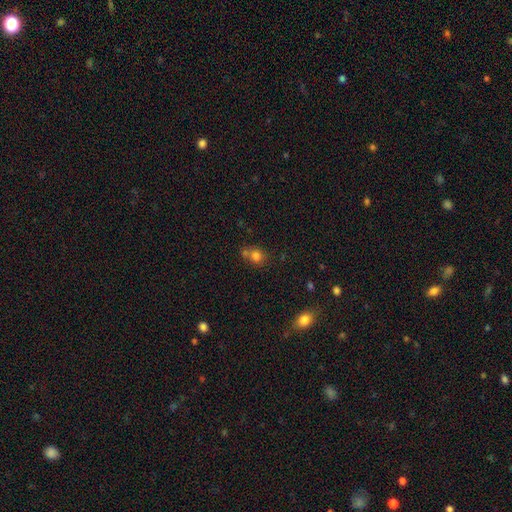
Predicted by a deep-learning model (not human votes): Morphology: type=smooth (78%); roundness=round (76%); merging=none (51%).